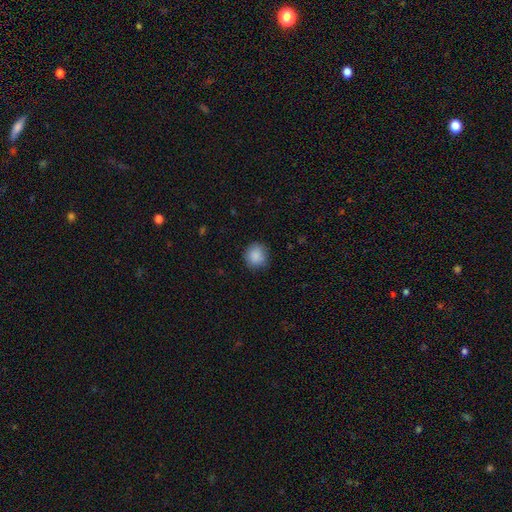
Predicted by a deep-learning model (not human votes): smooth-or-featured: smooth: 88% | star or artifact: 8% | featured or disk: 4%
  how-rounded: round: 86% | in between: 13% | cigar-shaped: 1%
  merging: none: 83% | minor disturbance: 13% | major disturbance: 3% | merger: 1%